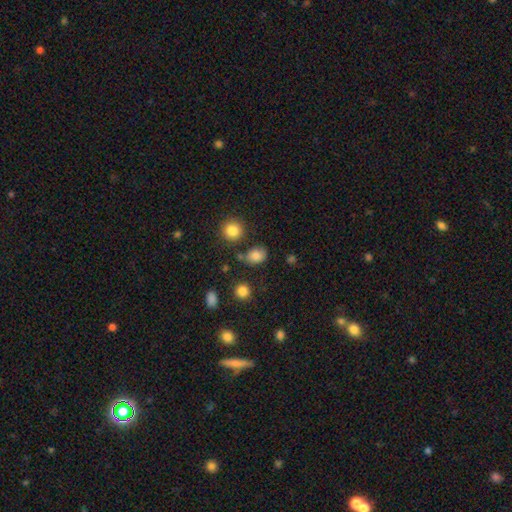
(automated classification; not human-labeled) Smooth or featured? smooth (81%)
How rounded? round (51%)
Merging? none (71%)